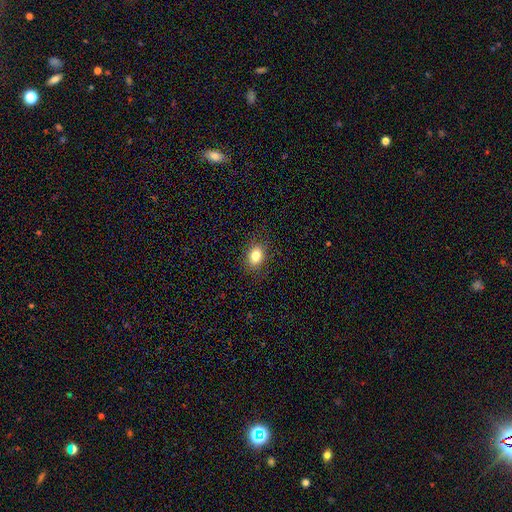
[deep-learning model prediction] smooth_or_featured: smooth (p=0.82) [alt: star or artifact p=0.10]
how_rounded: in between (p=0.67) [alt: round p=0.32]
merging: none (p=0.88) [alt: minor disturbance p=0.09]